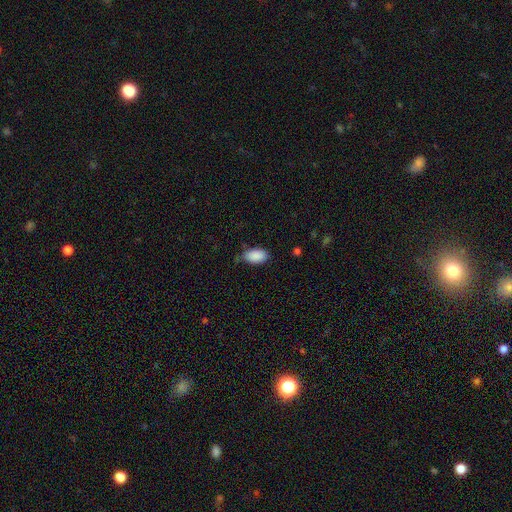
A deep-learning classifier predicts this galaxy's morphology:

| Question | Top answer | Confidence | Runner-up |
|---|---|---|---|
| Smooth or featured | smooth | 90% | star or artifact (7%) |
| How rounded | in between | 94% | round (4%) |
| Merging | none | 73% | minor disturbance (21%) |